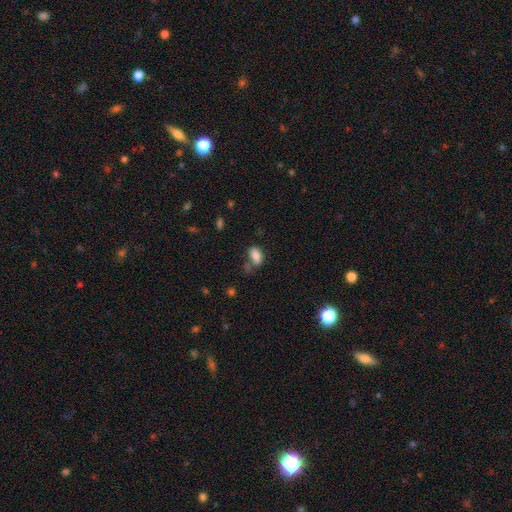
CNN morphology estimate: Smooth or featured: smooth — 82% (star or artifact — 10%)
How rounded: in between — 90% (round — 6%)
Merging: none — 50% (minor disturbance — 23%)